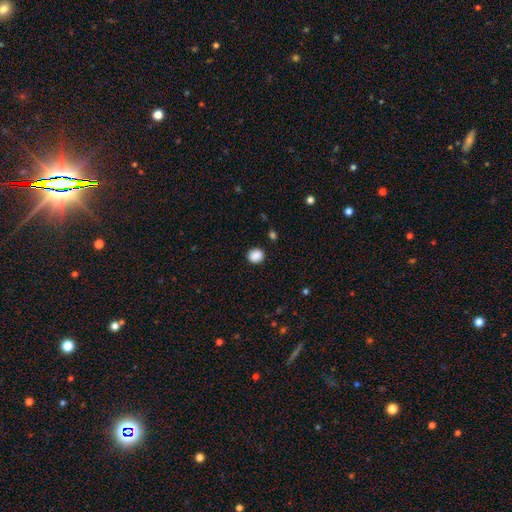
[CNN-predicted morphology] smooth_or_featured: smooth (p=0.88) [alt: star or artifact p=0.09]
how_rounded: round (p=0.76) [alt: in between p=0.23]
merging: none (p=0.89) [alt: minor disturbance p=0.08]